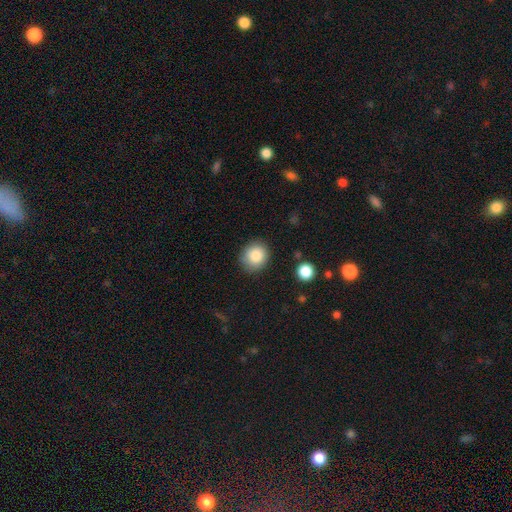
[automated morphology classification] Smooth or featured? Predicted: smooth (p=0.86). How rounded? Predicted: round (p=0.79). Merging? Predicted: none (p=0.84).